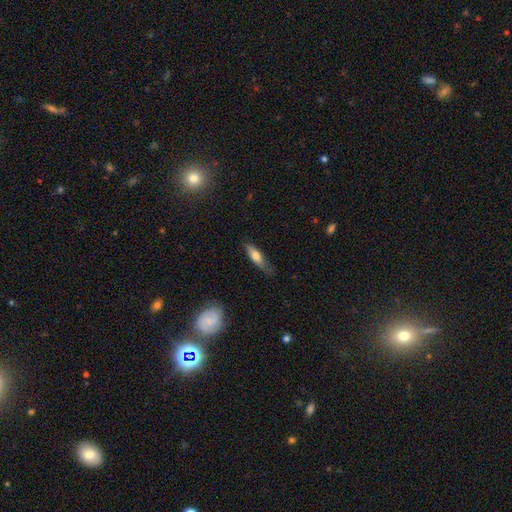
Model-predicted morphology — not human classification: Overall: smooth (61%; featured or disk 33%). How rounded: cigar-shaped (58%; in between 39%). Merging: none (66%).